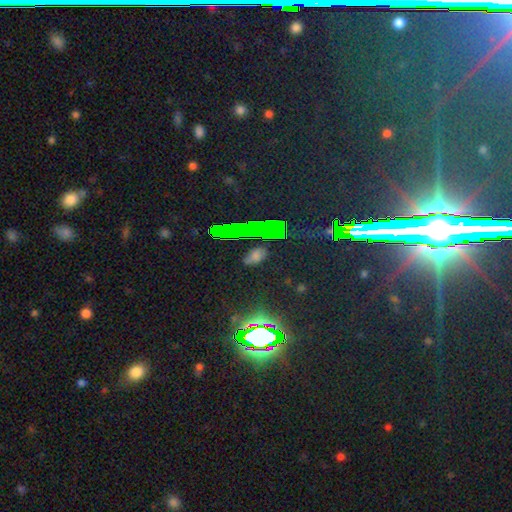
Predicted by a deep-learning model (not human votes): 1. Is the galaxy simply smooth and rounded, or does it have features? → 52% star or artifact, 38% smooth, 10% featured or disk.